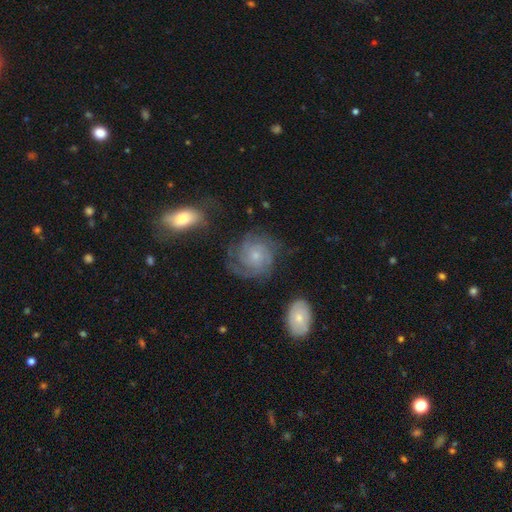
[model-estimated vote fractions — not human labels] Smooth or featured?
  - featured or disk: 73% *
  - smooth: 19%
  - star or artifact: 8%
Edge-on disk?
  - no: 98% *
  - yes: 2%
Bar?
  - no: 78% *
  - weak: 19%
  - strong: 3%
Spiral arms?
  - yes: 93% *
  - no: 7%
Spiral winding?
  - tight: 61% *
  - medium: 29%
  - loose: 11%
Spiral arm count?
  - can't tell: 31% *
  - 2: 25%
  - 3: 22%
  - 4: 8%
  - 1: 8%
  - more than 4: 6%
Bulge size?
  - small: 72% *
  - moderate: 20%
  - none: 4%
  - large: 2%
  - dominant: 1%
Merging?
  - none: 63% *
  - minor disturbance: 18%
  - major disturbance: 16%
  - merger: 3%